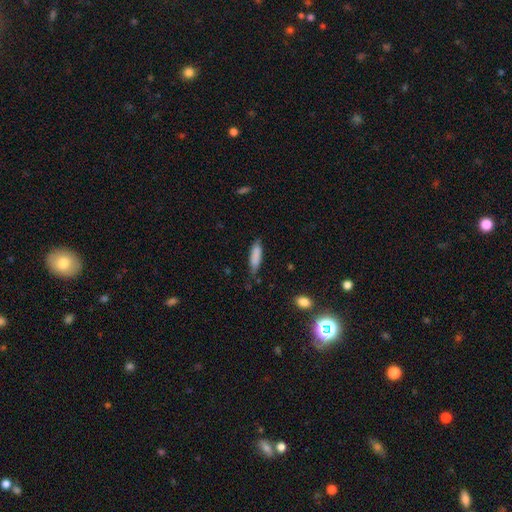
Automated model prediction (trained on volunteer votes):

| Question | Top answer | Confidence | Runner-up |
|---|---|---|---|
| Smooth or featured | smooth | 84% | featured or disk (9%) |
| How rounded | cigar-shaped | 59% | in between (40%) |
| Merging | none | 66% | minor disturbance (26%) |